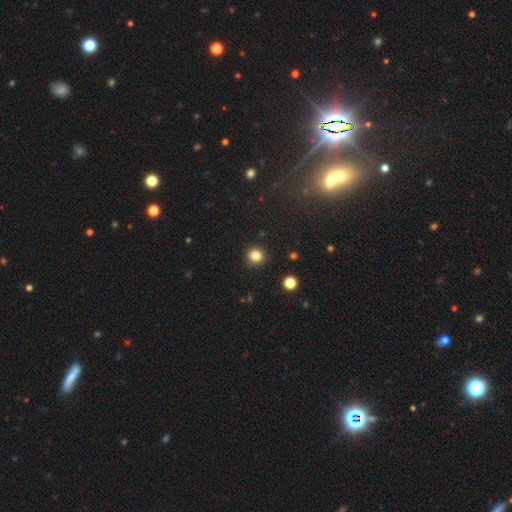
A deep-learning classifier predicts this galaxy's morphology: A smooth galaxy with no disk features (83%) that is round (93%). Merging: none (92%).